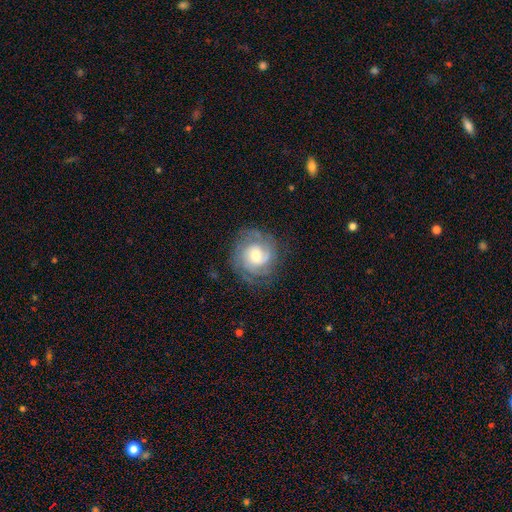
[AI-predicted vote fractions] A featured or disk galaxy (79%) with no bar (59%), can't tell (28%, tied with 2) tight (64%) spiral arms (95%) and a moderate central bulge (56%).

Vote fractions:
- Smooth or featured? featured or disk: 79% / smooth: 14% / star or artifact: 7%
- Edge-on disk? no: 98% / yes: 2%
- Bar? no: 59% / weak: 35% / strong: 6%
- Spiral arms? yes: 95% / no: 5%
- Spiral winding? tight: 64% / medium: 29% / loose: 7%
- Spiral arm count? can't tell: 28% (tied) / 2: 28% (tied) / 3: 25% / 4: 8% / 1: 6% / more than 4: 5%
- Bulge size? moderate: 56% / small: 29% / large: 11% / none: 2% / dominant: 1%
- Merging? none: 78% / minor disturbance: 14% / major disturbance: 6% / merger: 1%